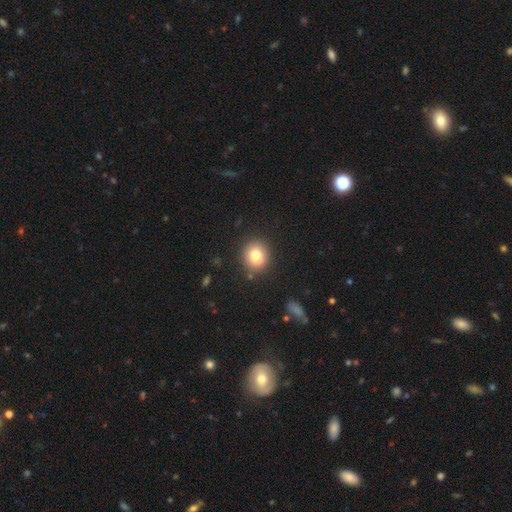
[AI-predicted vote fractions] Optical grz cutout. It shows a smooth galaxy with no disk features (78%) that is round (71%). Merging: none (81%).